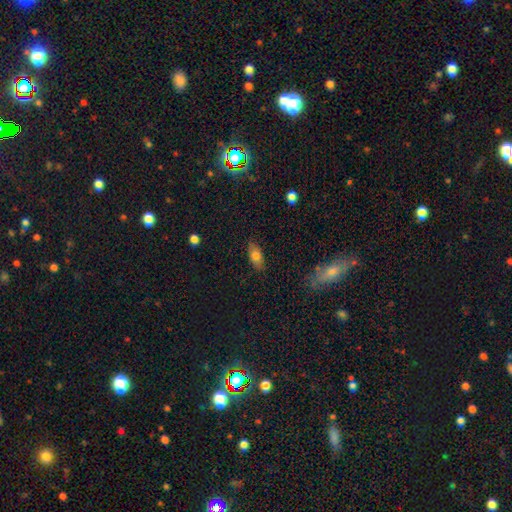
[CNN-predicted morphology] This appears to be a smooth galaxy with no disk features (74%) that is in between round and cigar-shaped (83%). Merging: none (84%).